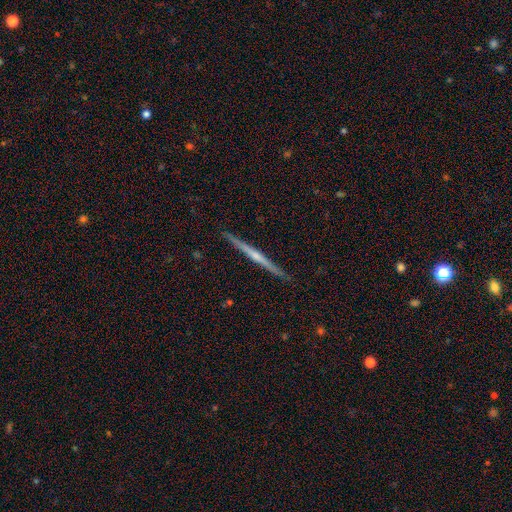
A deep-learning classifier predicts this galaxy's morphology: The model was most divided on "edge-on bulge": rounded: 60%, none: 33%, boxy: 7%. More confident: edge-on disk — yes (98%); merging — none (92%); smooth or featured — featured or disk (74%).